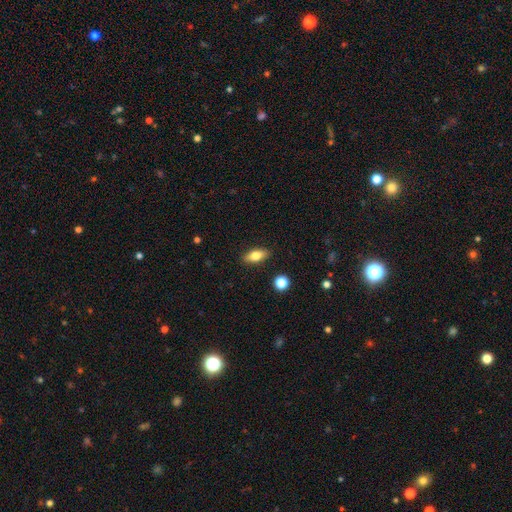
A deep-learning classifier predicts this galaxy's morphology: A smooth galaxy with no disk features (74%) that is in between round and cigar-shaped (80%).

Vote fractions:
- Smooth or featured? smooth: 74% / featured or disk: 18% / star or artifact: 8%
- How rounded? in between: 80% / cigar-shaped: 15% / round: 5%
- Merging? none: 88% / minor disturbance: 8% / major disturbance: 2% / merger: 1%